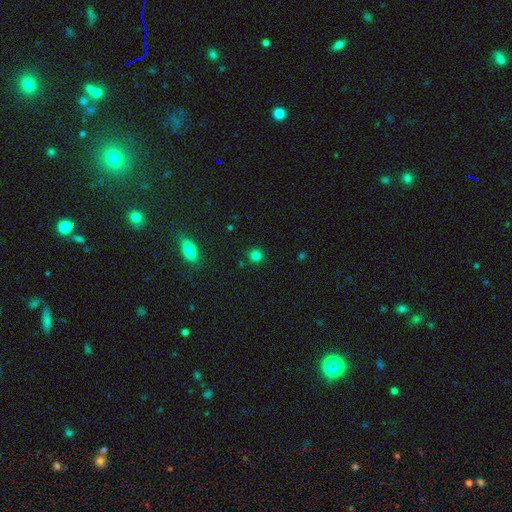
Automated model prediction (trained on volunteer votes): Smooth or featured?
  - smooth: 81% *
  - star or artifact: 14%
  - featured or disk: 5%
How rounded?
  - round: 92% *
  - in between: 7%
  - cigar-shaped: 1%
Merging?
  - none: 90% *
  - minor disturbance: 6%
  - major disturbance: 2%
  - merger: 2%